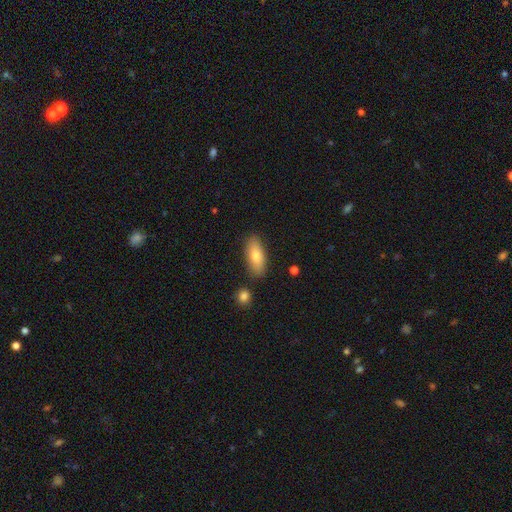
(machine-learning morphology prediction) Smooth or featured? smooth (76%)
How rounded? in between (78%)
Merging? none (84%)